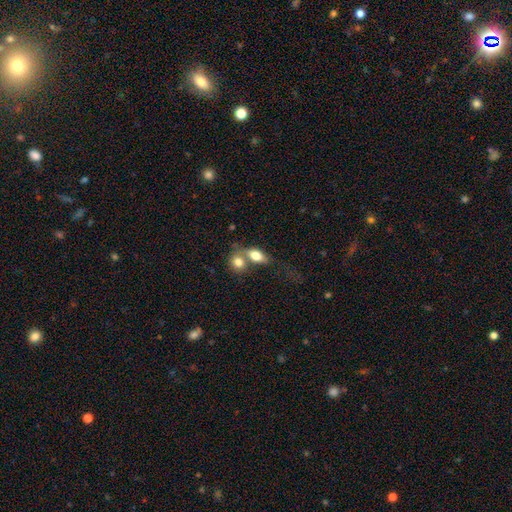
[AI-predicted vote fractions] A smooth galaxy with no disk features (73%) that is in between round and cigar-shaped (73%).

Vote fractions:
- Smooth or featured? smooth: 73% / featured or disk: 18% / star or artifact: 8%
- How rounded? in between: 73% / round: 20% / cigar-shaped: 7%
- Merging? merger: 60% / none: 25% / minor disturbance: 9% / major disturbance: 7%